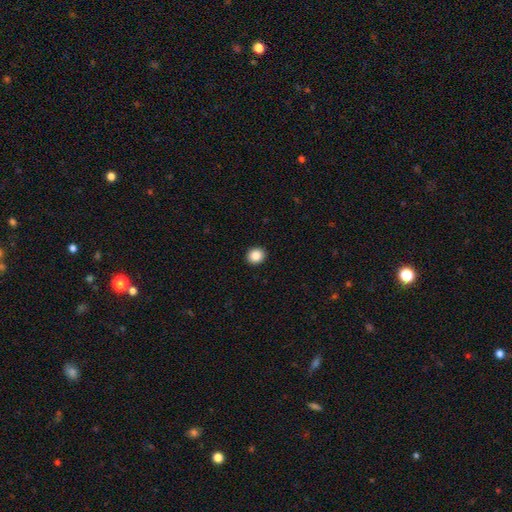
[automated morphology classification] Overall: smooth (88%). How rounded: round (79%). Merging: none (92%).